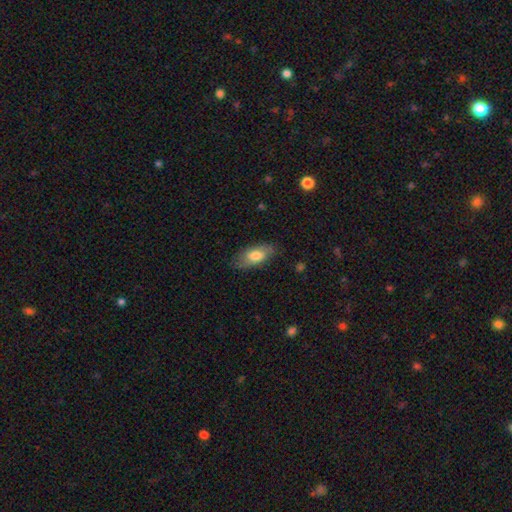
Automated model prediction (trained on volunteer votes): Morphology: type=smooth (70%); roundness=in between (86%); merging=none (77%).